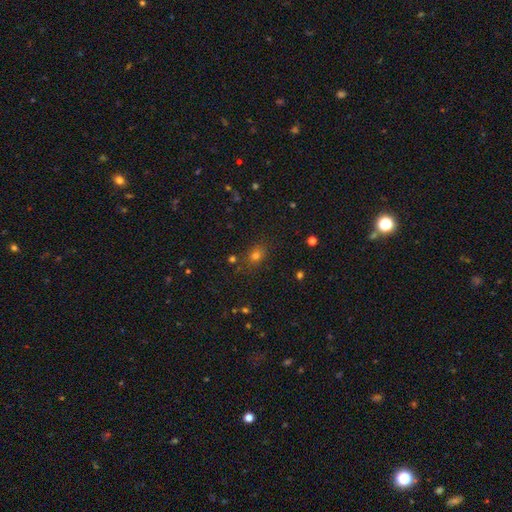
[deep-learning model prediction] Overall: smooth (67%). How rounded: round (51%; in between 47%). Merging: none (80%).